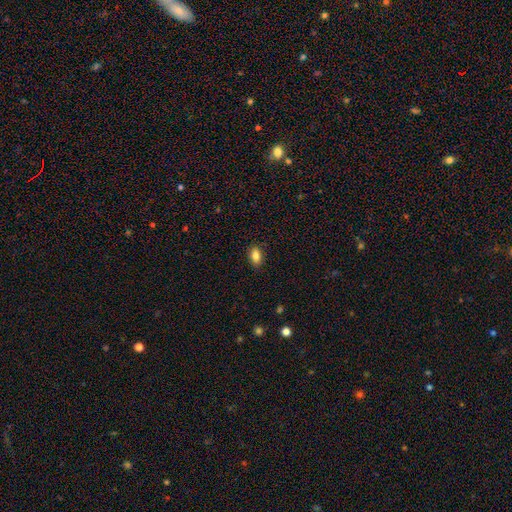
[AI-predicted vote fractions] Smooth or featured: smooth — 85% (star or artifact — 8%)
How rounded: in between — 88% (round — 9%)
Merging: none — 87% (minor disturbance — 10%)